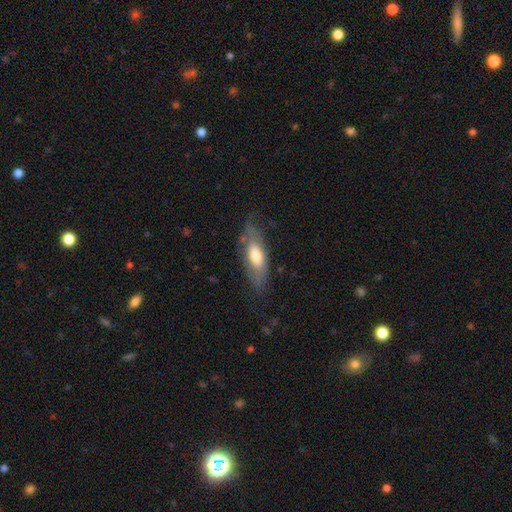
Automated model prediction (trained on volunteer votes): smooth 53%, featured or disk 41%, star or artifact 6%. Down the decision tree: how rounded — in between (70%); merging — none (64%).